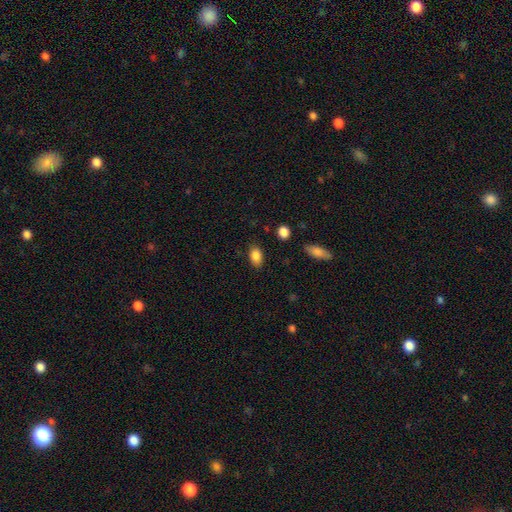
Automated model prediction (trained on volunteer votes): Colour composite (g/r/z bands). It shows a smooth galaxy with no disk features (86%) that is in between round and cigar-shaped (87%). Merging: none (84%).